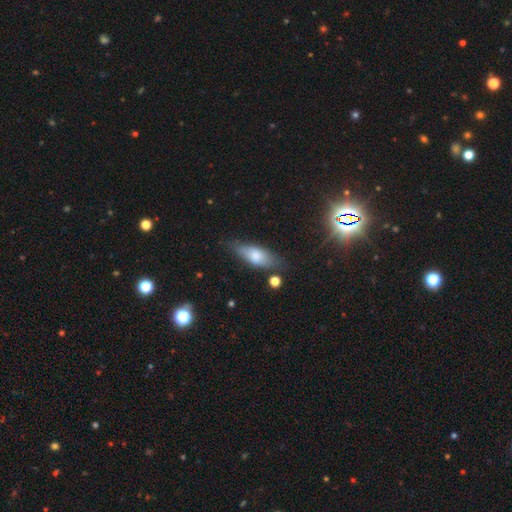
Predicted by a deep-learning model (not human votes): Smooth or featured?
  - smooth: 67% *
  - featured or disk: 26%
  - star or artifact: 7%
How rounded?
  - in between: 67% *
  - cigar-shaped: 31%
  - round: 3%
Merging?
  - none: 72% *
  - minor disturbance: 20%
  - major disturbance: 5%
  - merger: 3%